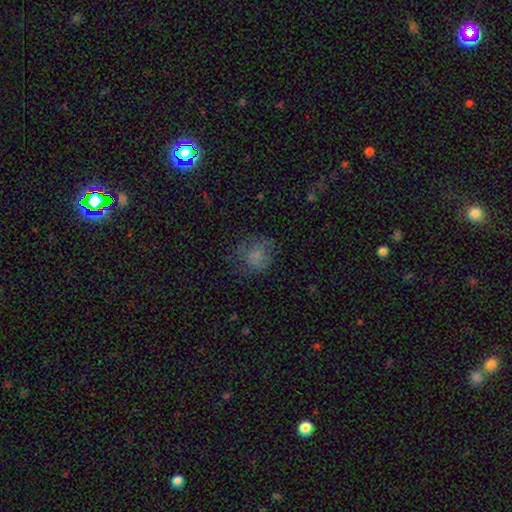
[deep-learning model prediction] smooth-or-featured: smooth: 72% | featured or disk: 15% | star or artifact: 13%
  how-rounded: round: 78% | in between: 21% | cigar-shaped: 1%
  merging: none: 61% | minor disturbance: 21% | major disturbance: 16% | merger: 1%